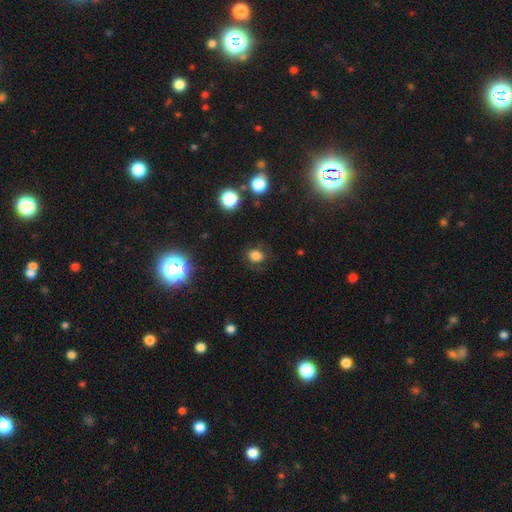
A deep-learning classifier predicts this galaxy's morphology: This is likely a smooth galaxy (76%). How rounded: possibly round (51%). Merging: likely none (78%).